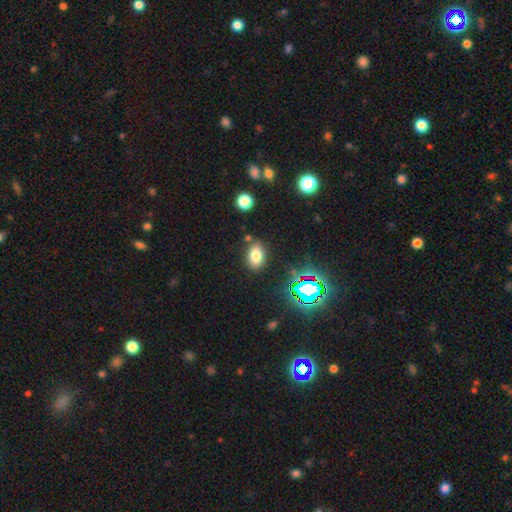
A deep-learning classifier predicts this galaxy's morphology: Smooth or featured? Predicted: smooth (p=0.74). How rounded? Predicted: in between (p=0.85). Merging? Predicted: none (p=0.82).